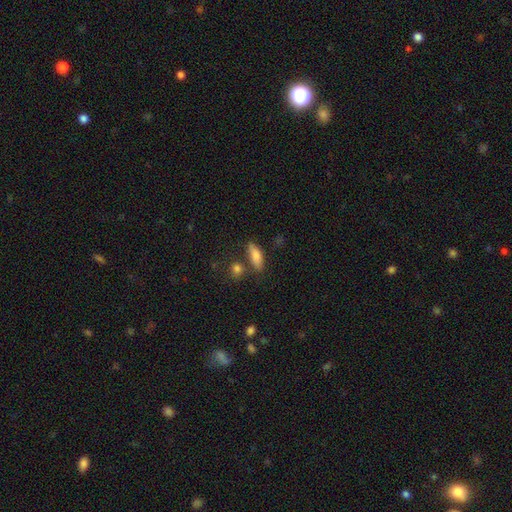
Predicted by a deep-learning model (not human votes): This appears to be a smooth galaxy with no disk features (79%) that is in between round and cigar-shaped (63%). Merging: none (68%).